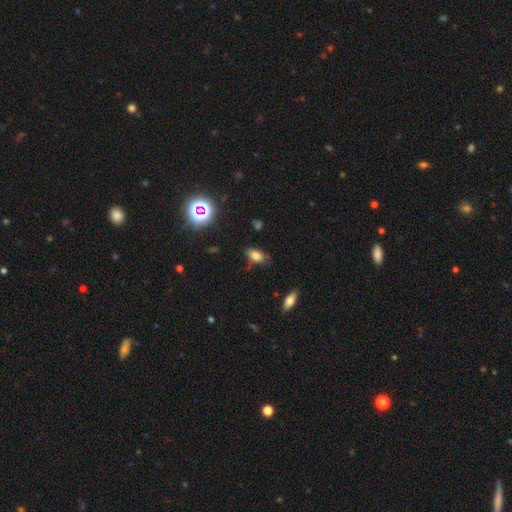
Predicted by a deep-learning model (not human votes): Overall: smooth (77%). How rounded: in between (89%). Merging: none (68%).